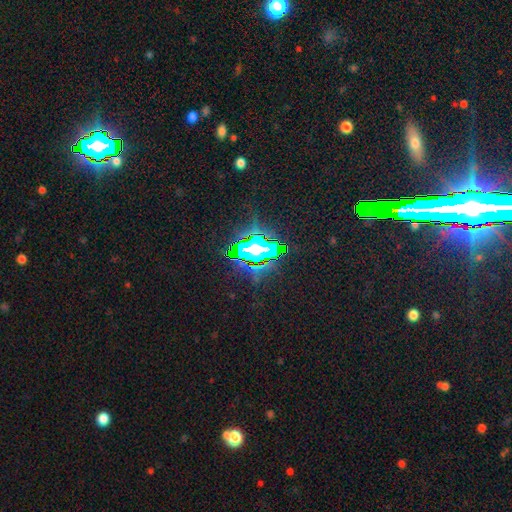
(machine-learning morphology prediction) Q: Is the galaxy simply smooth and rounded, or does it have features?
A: star or artifact — 84%.